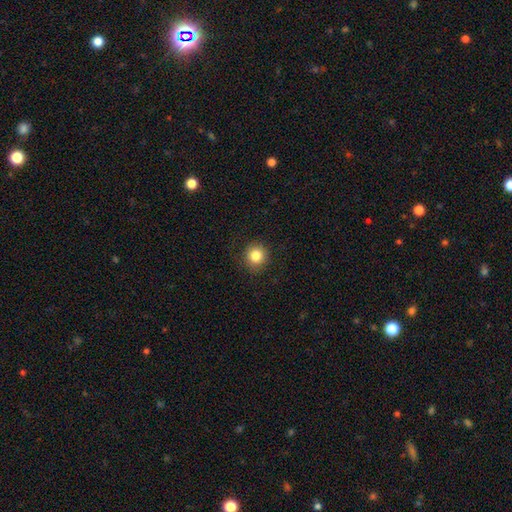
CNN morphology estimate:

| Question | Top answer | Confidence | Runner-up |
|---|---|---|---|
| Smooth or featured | smooth | 84% | star or artifact (11%) |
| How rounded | round | 93% | in between (6%) |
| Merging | none | 90% | minor disturbance (7%) |